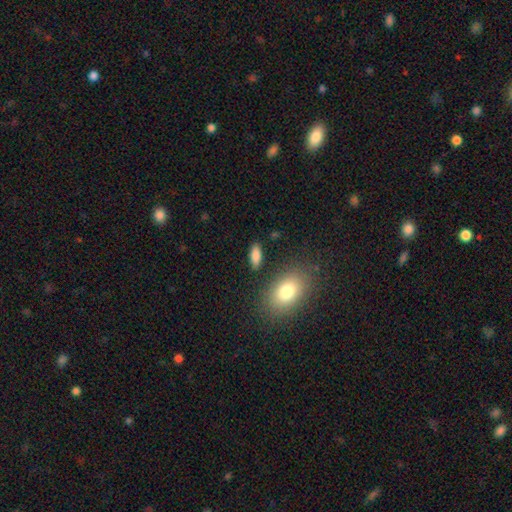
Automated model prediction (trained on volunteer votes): Smooth or featured? Predicted: smooth (p=0.85). How rounded? Predicted: in between (p=0.76). Merging? Predicted: none (p=0.84).